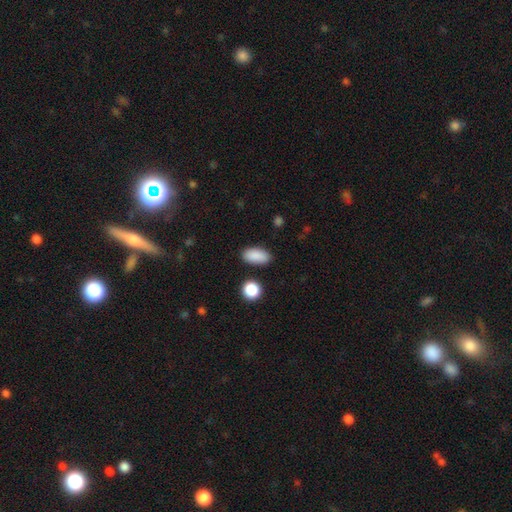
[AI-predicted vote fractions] Smooth or featured: smooth — 89% (star or artifact — 7%)
How rounded: in between — 91% (cigar-shaped — 5%)
Merging: none — 85% (minor disturbance — 9%)